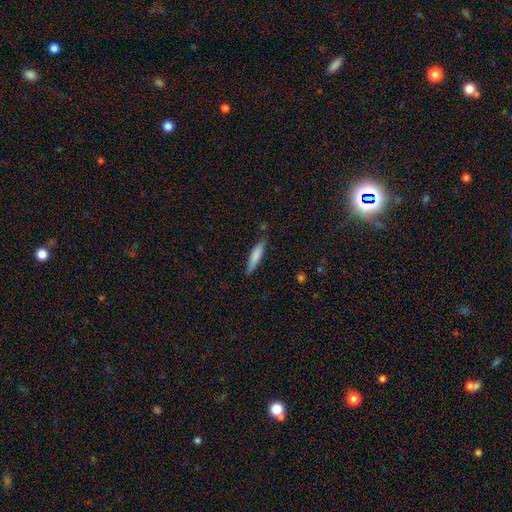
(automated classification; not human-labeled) This is likely a smooth galaxy (76%). How rounded: clearly cigar-shaped (85%). Merging: clearly none (82%).